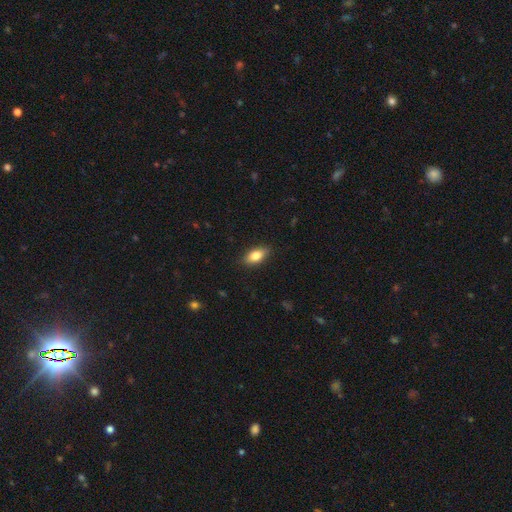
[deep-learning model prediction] smooth 78%, featured or disk 15%, star or artifact 7%. Down the decision tree: how rounded — in between (85%); merging — none (86%).